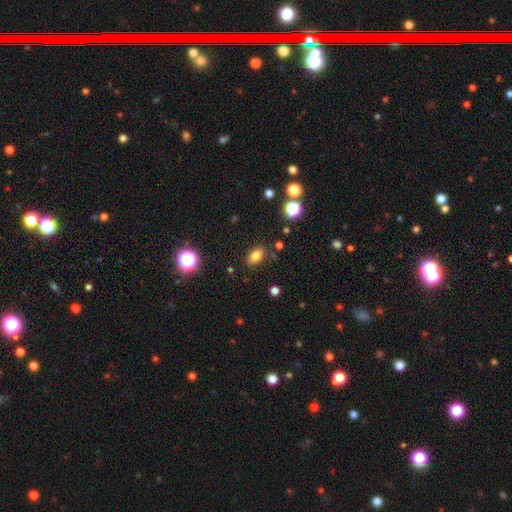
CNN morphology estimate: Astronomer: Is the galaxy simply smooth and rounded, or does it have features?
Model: smooth — 79%.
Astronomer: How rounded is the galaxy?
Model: in between — 81%.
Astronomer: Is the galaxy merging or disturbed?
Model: none — 84%.